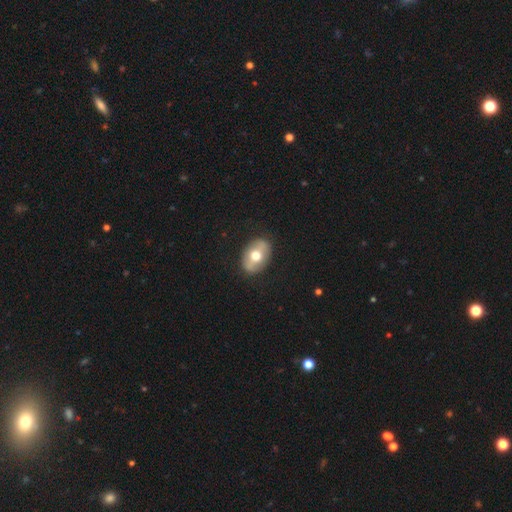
Q: Smooth or featured?
A: featured or disk (50%); runner-up: smooth (45%)
Q: Edge-on disk?
A: no (100%)
Q: Bar?
A: no (37%); runner-up: strong (32%)
Q: Spiral arms?
A: no (84%); runner-up: yes (16%)
Q: Bulge size?
A: moderate (74%); runner-up: large (26%)
Q: Merging?
A: none (78%); runner-up: minor disturbance (17%)